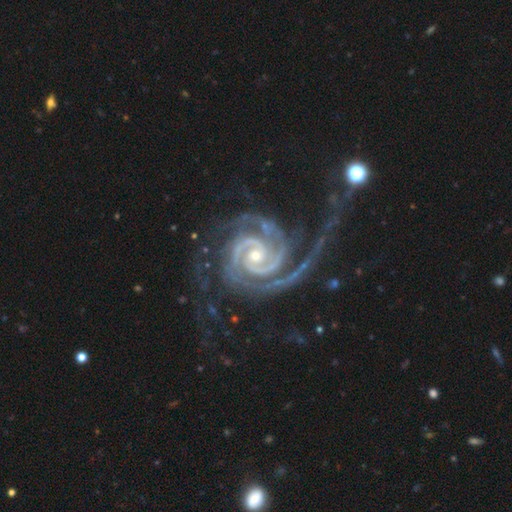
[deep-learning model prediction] Q: Smooth or featured?
A: featured or disk (94%); runner-up: star or artifact (4%)
Q: Edge-on disk?
A: no (98%); runner-up: yes (2%)
Q: Bar?
A: no (57%); runner-up: weak (27%)
Q: Spiral arms?
A: yes (99%); runner-up: no (1%)
Q: Spiral winding?
A: tight (73%); runner-up: medium (24%)
Q: Spiral arm count?
A: 2 (64%); runner-up: 3 (16%)
Q: Bulge size?
A: small (56%); runner-up: moderate (40%)
Q: Merging?
A: none (55%); runner-up: major disturbance (24%)